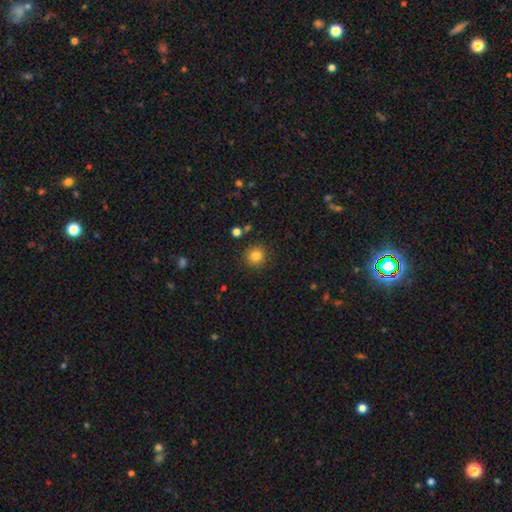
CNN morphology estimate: smooth-or-featured: smooth: 83% | star or artifact: 12% | featured or disk: 5%
  how-rounded: round: 93% | in between: 6% | cigar-shaped: 1%
  merging: none: 89% | minor disturbance: 6% | major disturbance: 2% | merger: 2%